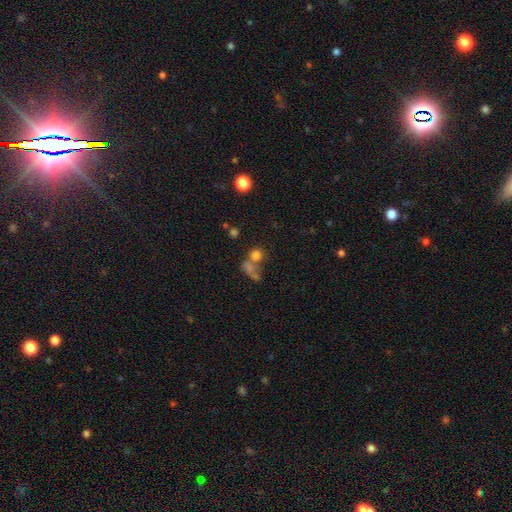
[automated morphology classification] The model was most divided on "merging": merger: 42%, none: 40%, minor disturbance: 9%, major disturbance: 9%. More confident: how rounded — round (76%); smooth or featured — smooth (72%).